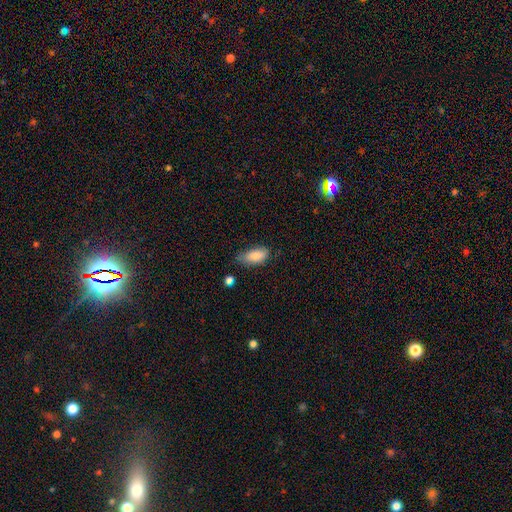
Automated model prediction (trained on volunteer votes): This is clearly a smooth galaxy (86%). How rounded: clearly in between (89%). Merging: likely none (62%).